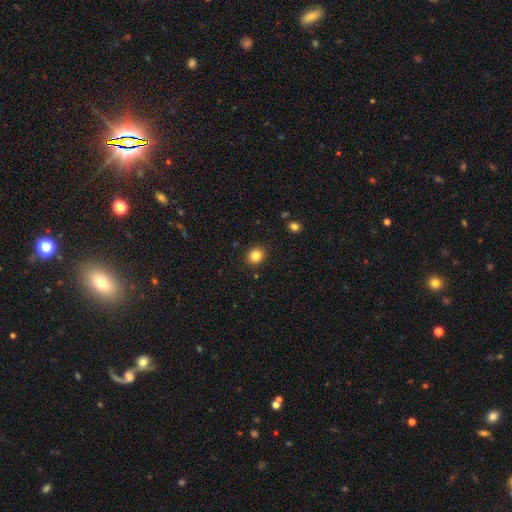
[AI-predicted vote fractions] Q: Smooth or featured?
A: smooth (83%); runner-up: star or artifact (11%)
Q: How rounded?
A: round (78%); runner-up: in between (21%)
Q: Merging?
A: none (90%); runner-up: minor disturbance (7%)